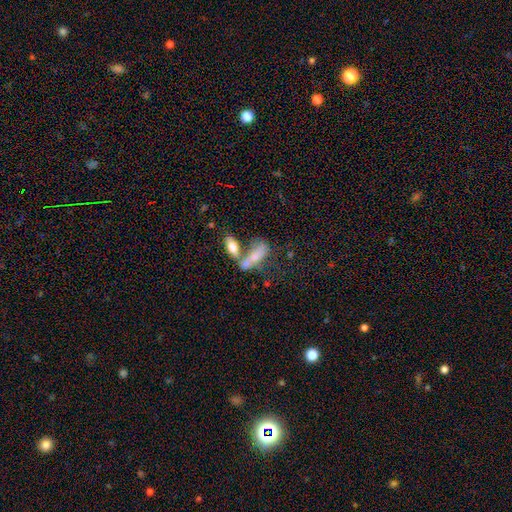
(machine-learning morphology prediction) smooth_or_featured: smooth (p=0.65) [alt: featured or disk p=0.26]
how_rounded: in between (p=0.66) [alt: cigar-shaped p=0.30]
merging: merger (p=0.58) [alt: none p=0.22]